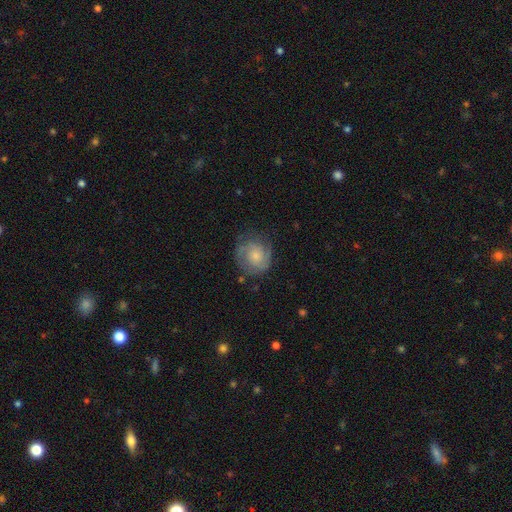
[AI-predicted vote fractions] Smooth or featured? featured or disk (60%)
Edge-on disk? no (98%)
Bar? no (75%)
Spiral arms? yes (88%)
Spiral winding? tight (51%)
Spiral arm count? 2 (54%)
Bulge size? small (46%)
Merging? none (71%)